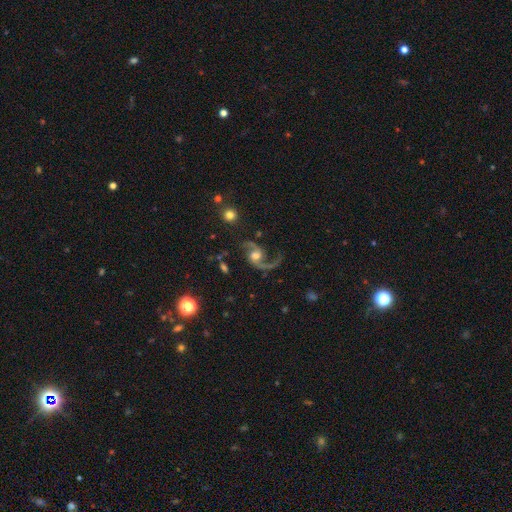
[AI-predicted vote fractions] A featured or disk galaxy (89%) with no bar (58%), 2 (88%) loose (74%) spiral arms (97%) and a moderate central bulge (61%).

Vote fractions:
- Smooth or featured? featured or disk: 89% / star or artifact: 6% / smooth: 5%
- Edge-on disk? no: 98% / yes: 2%
- Bar? no: 58% / weak: 33% / strong: 10%
- Spiral arms? yes: 97% / no: 3%
- Spiral winding? loose: 74% / medium: 23% / tight: 4%
- Spiral arm count? 2: 88% / 1: 8% / can't tell: 1% / 3: 1% / 4: 1% / more than 4: 1%
- Bulge size? moderate: 61% / large: 17% / small: 17% / none: 3% / dominant: 2%
- Merging? none: 65% / major disturbance: 17% / minor disturbance: 15% / merger: 3%